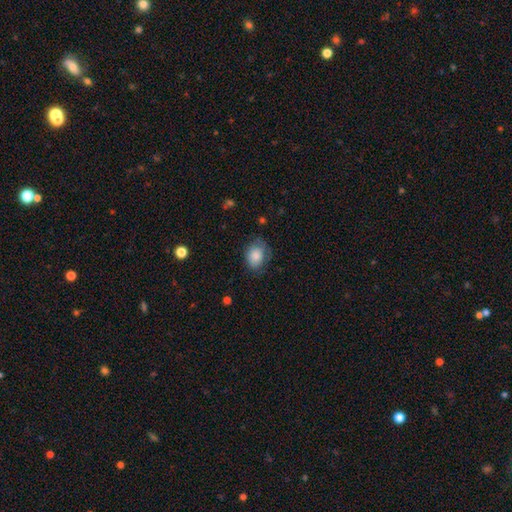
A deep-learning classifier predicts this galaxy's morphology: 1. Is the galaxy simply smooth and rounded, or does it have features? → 82% smooth, 10% featured or disk, 8% star or artifact.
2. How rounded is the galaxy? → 65% in between, 34% round, 1% cigar-shaped.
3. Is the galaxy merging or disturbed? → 61% none, 27% minor disturbance, 11% major disturbance, 1% merger.